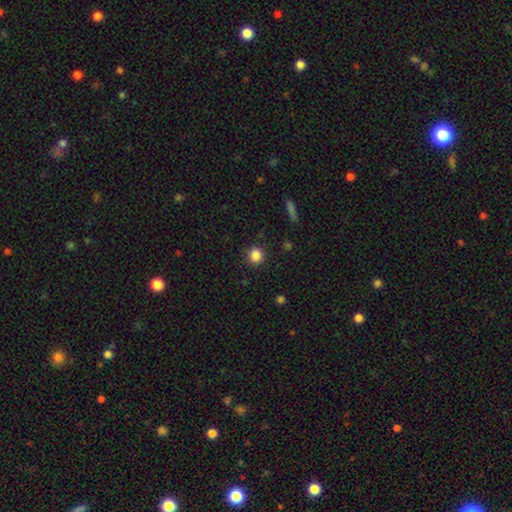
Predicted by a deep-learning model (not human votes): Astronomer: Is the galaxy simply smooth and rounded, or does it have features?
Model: smooth — 85%.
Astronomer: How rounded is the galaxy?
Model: round — 88%.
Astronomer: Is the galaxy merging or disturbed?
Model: none — 89%.